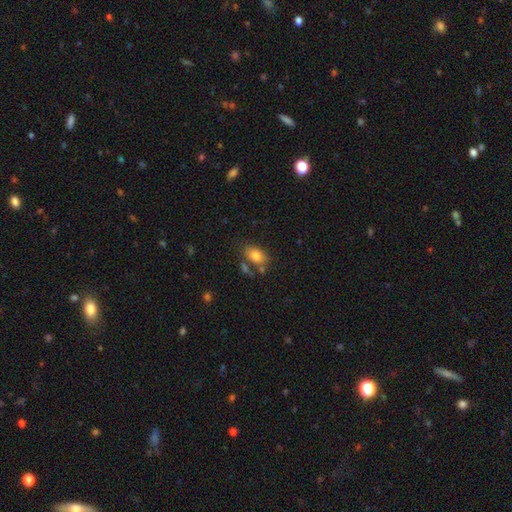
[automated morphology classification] Smooth or featured: smooth — 80% (featured or disk — 12%)
How rounded: in between — 83% (round — 15%)
Merging: none — 62% (minor disturbance — 17%)